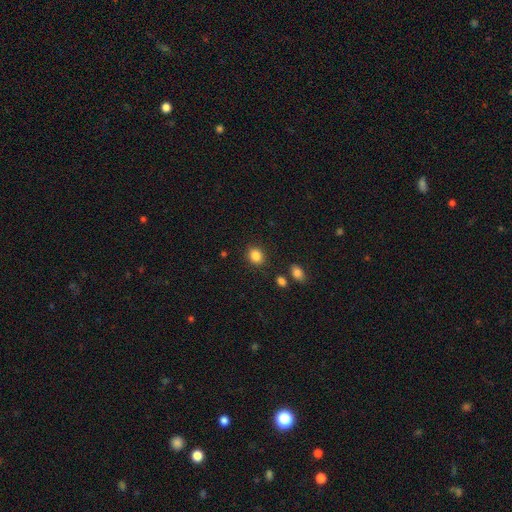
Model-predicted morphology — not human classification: type=smooth (86%); roundness=round (59%); merging=none (86%).